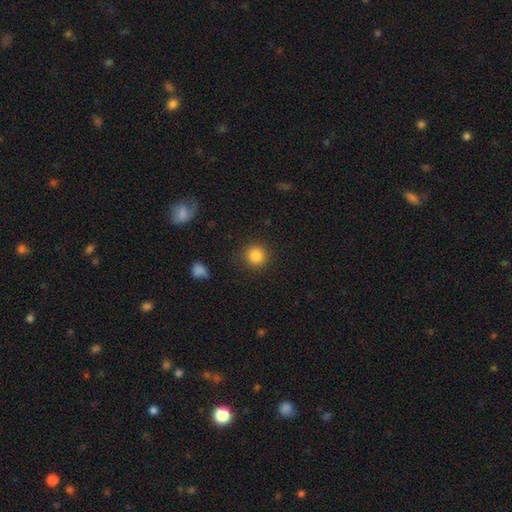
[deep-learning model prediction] smooth 85%, star or artifact 10%, featured or disk 5%. Down the decision tree: how rounded — round (93%); merging — none (88%).